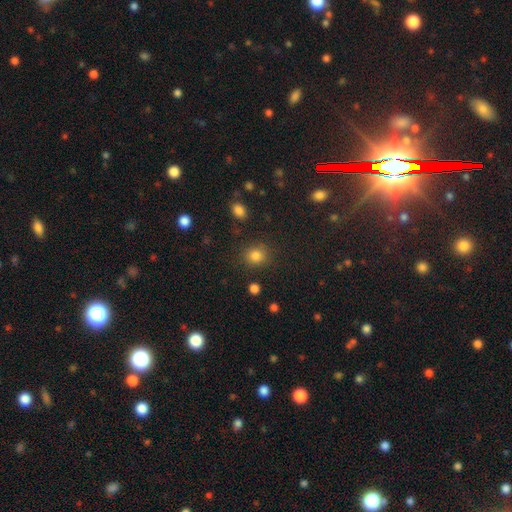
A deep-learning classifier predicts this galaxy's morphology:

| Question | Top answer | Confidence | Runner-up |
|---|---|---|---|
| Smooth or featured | smooth | 83% | star or artifact (12%) |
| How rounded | round | 81% | in between (18%) |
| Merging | none | 85% | minor disturbance (9%) |